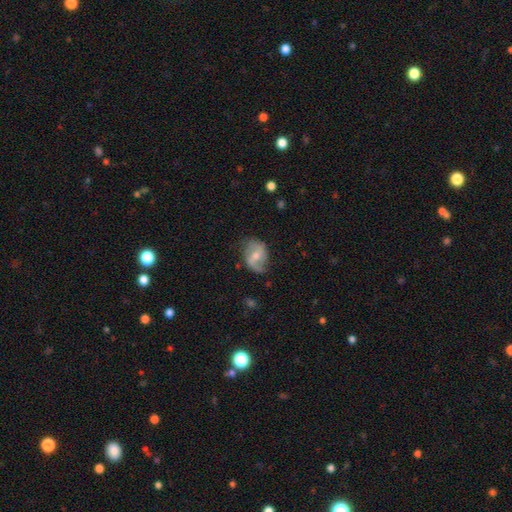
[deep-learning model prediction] Smooth or featured: featured or disk — 71% (smooth — 23%)
Edge-on disk: no — 97% (yes — 3%)
Bar: weak — 49% (no — 34%)
Spiral arms: yes — 89% (no — 11%)
Spiral winding: loose — 42% (tied with medium — 42%)
Spiral arm count: 2 — 84% (can't tell — 7%)
Bulge size: moderate — 57% (small — 36%)
Merging: none — 65% (minor disturbance — 24%)